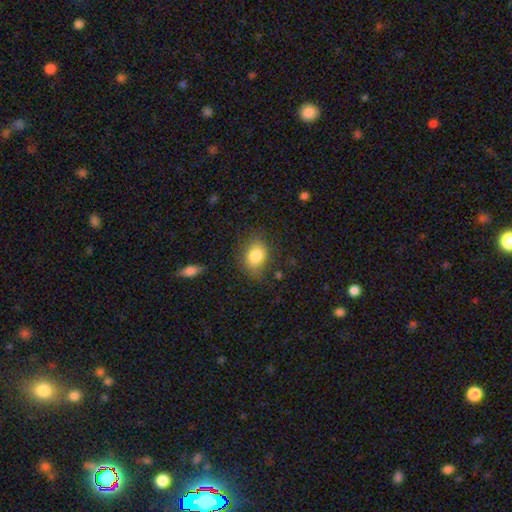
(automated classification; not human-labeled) Smooth or featured: smooth — 83% (star or artifact — 9%)
How rounded: in between — 63% (round — 36%)
Merging: none — 74% (minor disturbance — 18%)